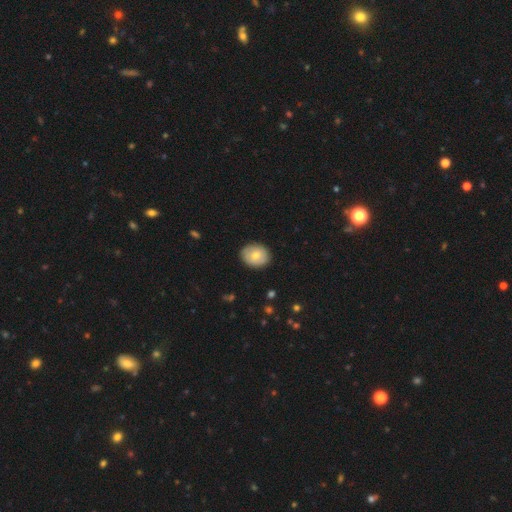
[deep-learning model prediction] This appears to be a smooth galaxy with no disk features (74%) that is round (55%). Merging: none (88%).